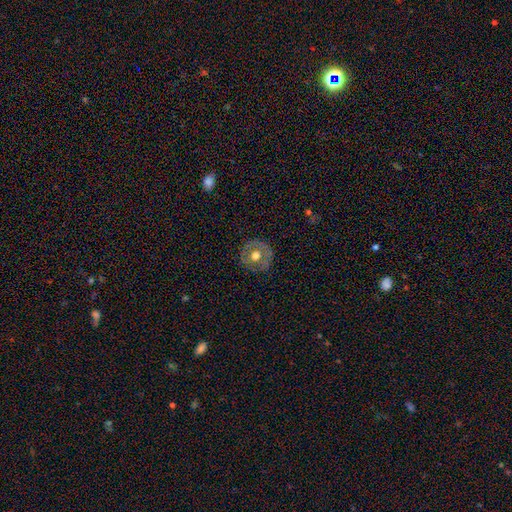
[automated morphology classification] Smooth or featured? Predicted: smooth (p=0.48). Merging? Predicted: none (p=0.82).